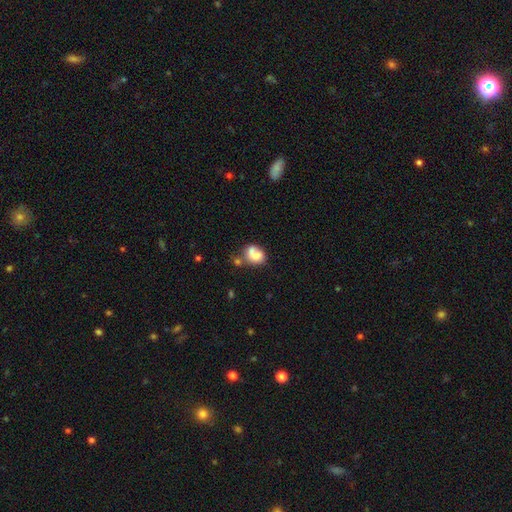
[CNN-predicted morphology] Smooth or featured: smooth — 66% (featured or disk — 24%)
How rounded: in between — 55% (round — 44%)
Merging: merger — 43% (none — 30%)